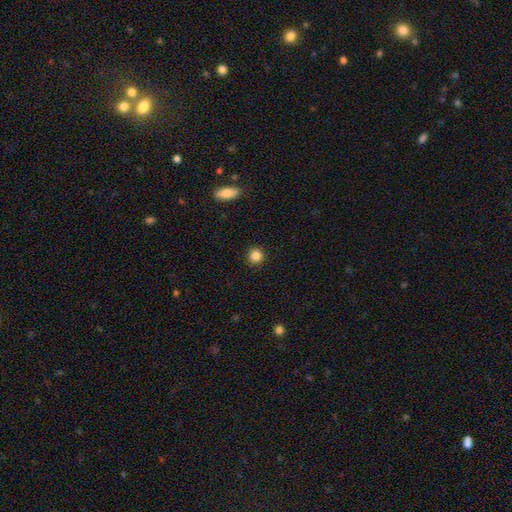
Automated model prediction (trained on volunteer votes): smooth_or_featured: smooth (p=0.86) [alt: star or artifact p=0.10]
how_rounded: round (p=0.92) [alt: in between p=0.07]
merging: none (p=0.92) [alt: minor disturbance p=0.05]